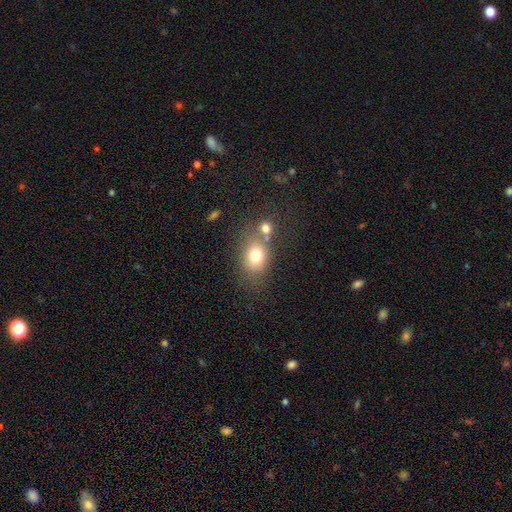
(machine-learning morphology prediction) This is likely a smooth galaxy (75%). How rounded: possibly in between (60%). Merging: possibly none (52%).